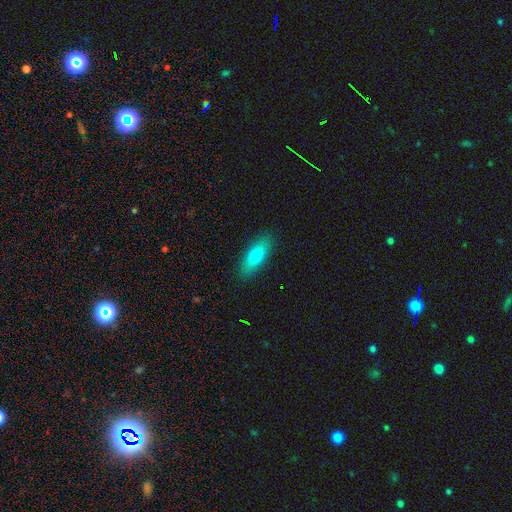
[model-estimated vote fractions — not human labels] Smooth or featured? Predicted: smooth (p=0.76). How rounded? Predicted: in between (p=0.64). Merging? Predicted: none (p=0.88).